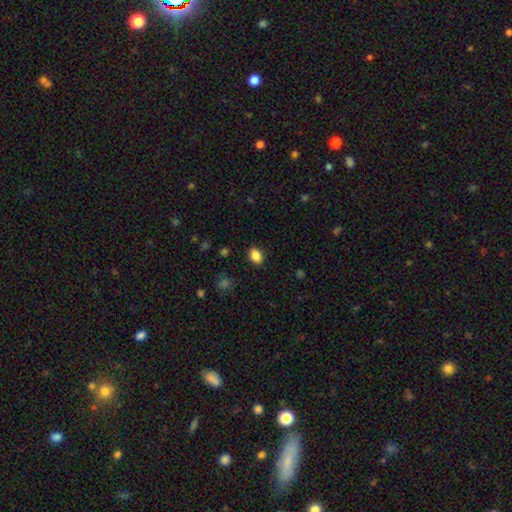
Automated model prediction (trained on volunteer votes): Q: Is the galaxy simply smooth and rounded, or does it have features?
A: smooth — 87%.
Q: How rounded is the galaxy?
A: in between — 76%.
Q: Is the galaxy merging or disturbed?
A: none — 88%.